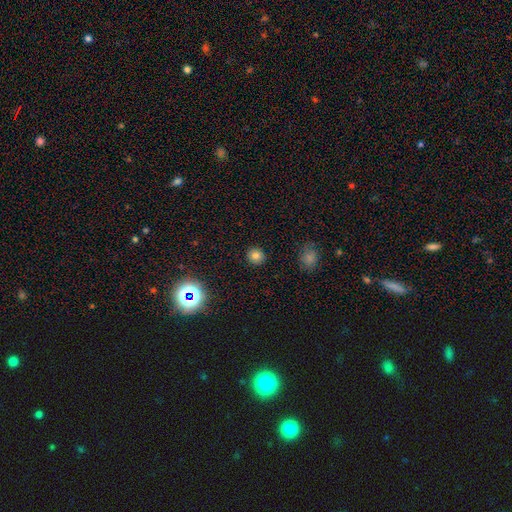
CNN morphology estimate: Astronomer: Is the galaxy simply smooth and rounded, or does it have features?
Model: smooth — 79%.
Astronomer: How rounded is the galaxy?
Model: round — 87%.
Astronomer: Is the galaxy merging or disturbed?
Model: none — 91%.